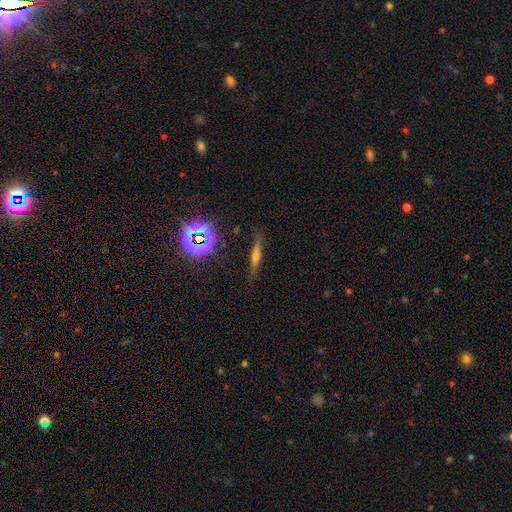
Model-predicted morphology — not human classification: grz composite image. It shows a smooth galaxy with no disk features (42%). Merging: none (82%).